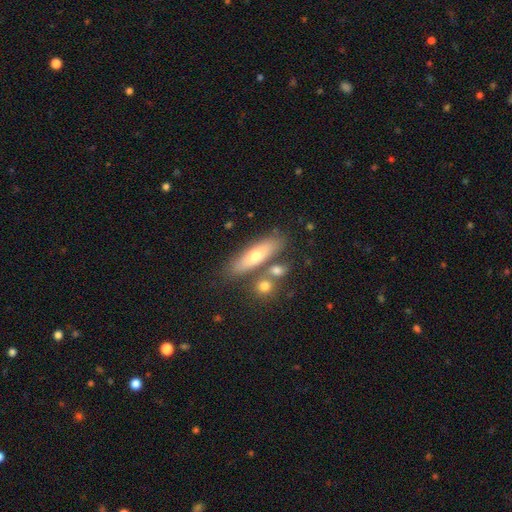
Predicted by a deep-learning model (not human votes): The model was most divided on "how rounded": cigar-shaped: 58%, in between: 39%, round: 3%. More confident: merging — none (67%); smooth or featured — smooth (56%).